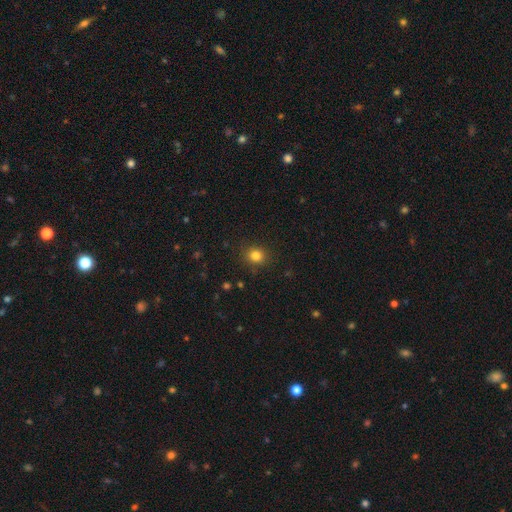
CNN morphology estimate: A smooth galaxy with no disk features (82%) that is round (79%). Merging: none (88%).